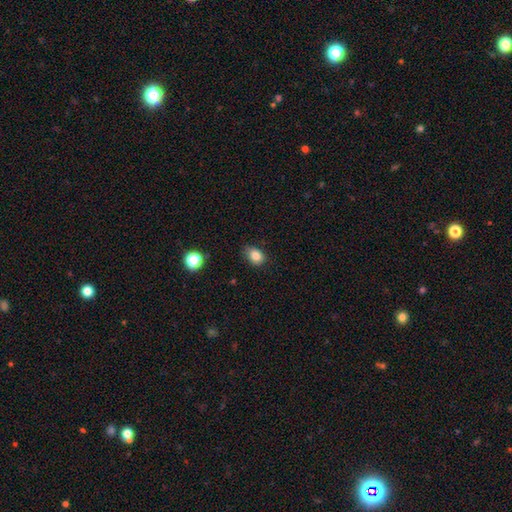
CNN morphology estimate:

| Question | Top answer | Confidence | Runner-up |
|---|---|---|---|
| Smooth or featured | smooth | 83% | star or artifact (11%) |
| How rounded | in between | 64% | round (35%) |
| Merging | none | 75% | minor disturbance (20%) |